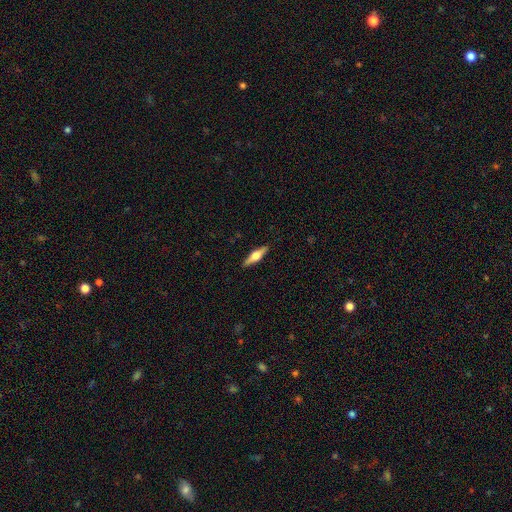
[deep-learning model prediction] Overall: featured or disk (57%; smooth 37%). Edge-on disk: yes (96%). Edge-on bulge: rounded (92%). Merging: none (90%).